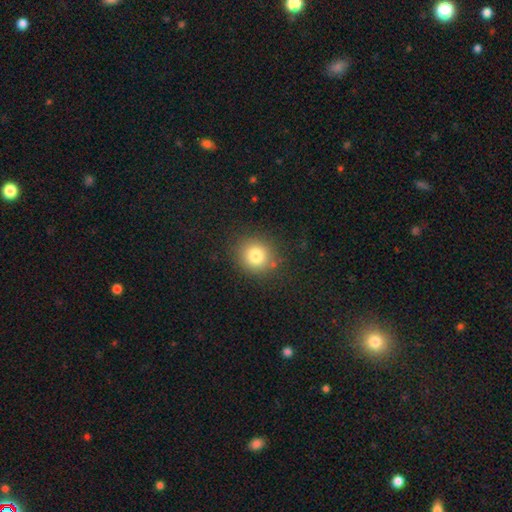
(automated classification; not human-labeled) Smooth or featured? smooth (80%)
How rounded? round (85%)
Merging? none (87%)